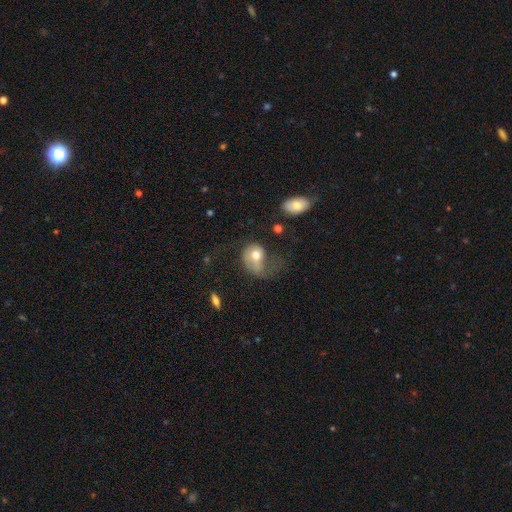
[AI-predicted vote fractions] A smooth galaxy with no disk features (66%) that is in between round and cigar-shaped (51%).

Vote fractions:
- Smooth or featured? smooth: 66% / featured or disk: 26% / star or artifact: 9%
- How rounded? in between: 51% / round: 48% / cigar-shaped: 1%
- Merging? major disturbance: 59% / minor disturbance: 20% / none: 16% / merger: 4%